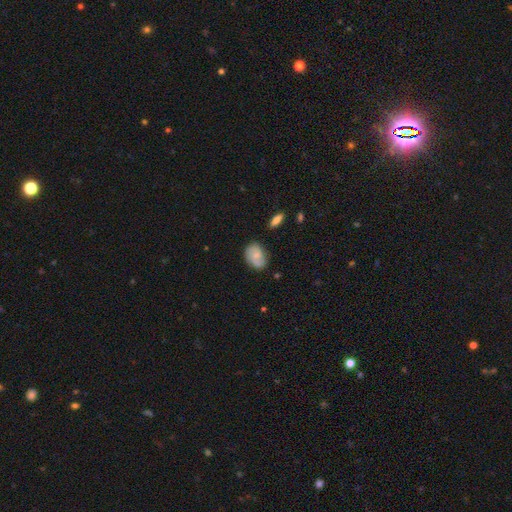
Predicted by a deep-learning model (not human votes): smooth-or-featured: smooth: 49% | featured or disk: 43% | star or artifact: 8%
  merging: none: 72% | minor disturbance: 20% | major disturbance: 5% | merger: 3%